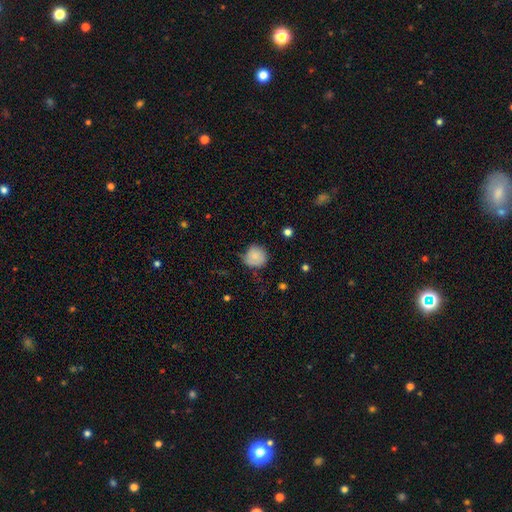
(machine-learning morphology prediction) This appears to be a smooth galaxy with no disk features (82%) that is round (83%). Merging: none (53%).